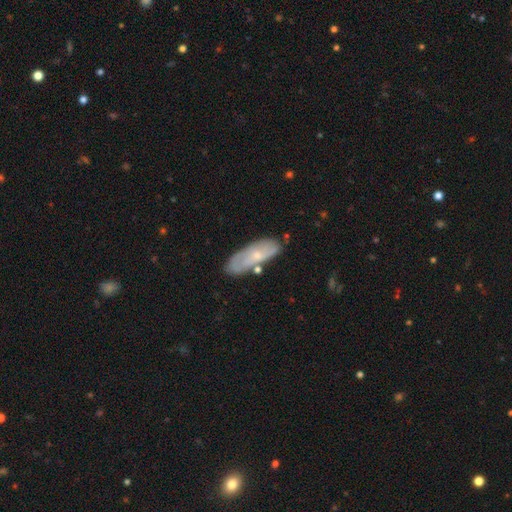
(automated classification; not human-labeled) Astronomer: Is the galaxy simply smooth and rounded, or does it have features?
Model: smooth — 48% (runner-up: featured or disk, 46%).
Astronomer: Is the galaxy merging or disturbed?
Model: none — 68%.